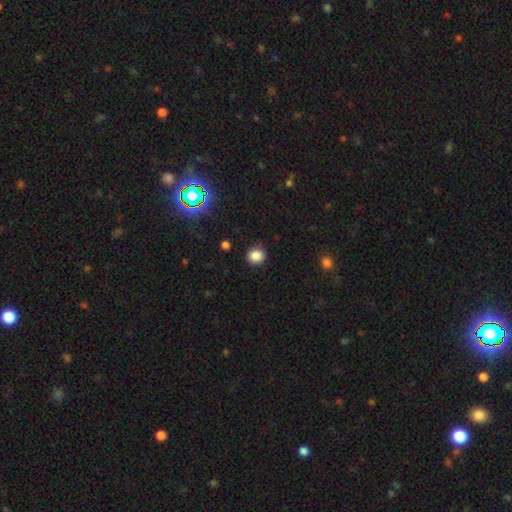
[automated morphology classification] Q: Smooth or featured?
A: smooth (84%); runner-up: star or artifact (12%)
Q: How rounded?
A: round (82%); runner-up: in between (17%)
Q: Merging?
A: none (88%); runner-up: minor disturbance (8%)